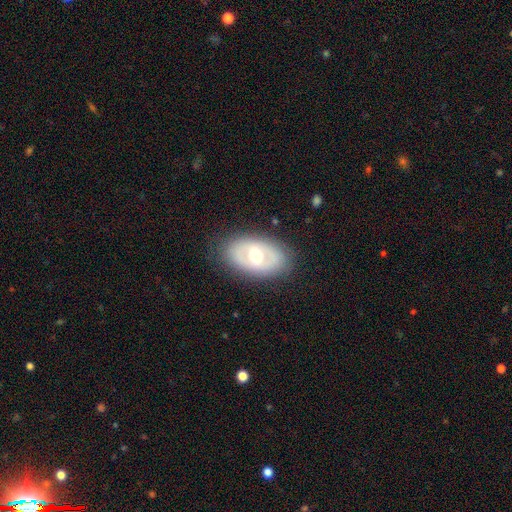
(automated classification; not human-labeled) Morphology: type=featured or disk (50%); edge-on=no (88%); merging=none (81%).